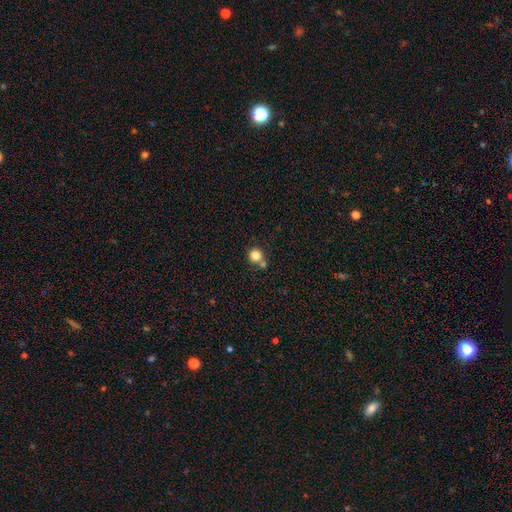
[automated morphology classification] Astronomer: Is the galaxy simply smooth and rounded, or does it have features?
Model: smooth — 83%.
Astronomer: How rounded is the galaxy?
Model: round — 92%.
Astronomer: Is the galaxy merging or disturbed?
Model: none — 59%.